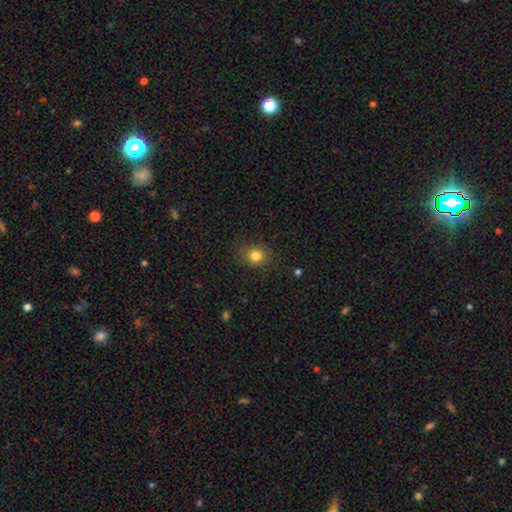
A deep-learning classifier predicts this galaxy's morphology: Smooth or featured? smooth (82%)
How rounded? round (72%)
Merging? none (82%)